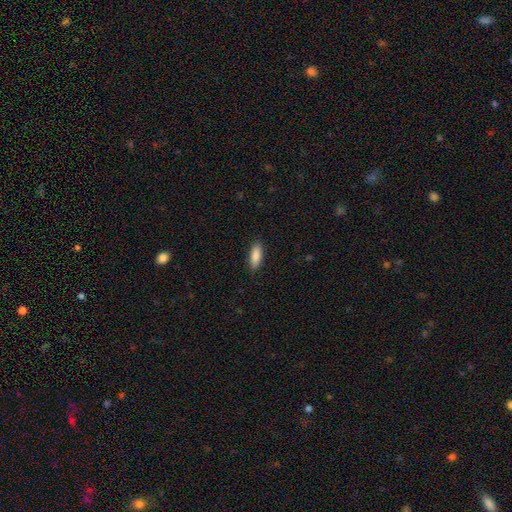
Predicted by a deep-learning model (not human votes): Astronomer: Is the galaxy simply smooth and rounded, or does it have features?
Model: smooth — 88%.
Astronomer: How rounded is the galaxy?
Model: in between — 69%.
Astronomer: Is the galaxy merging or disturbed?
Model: none — 87%.